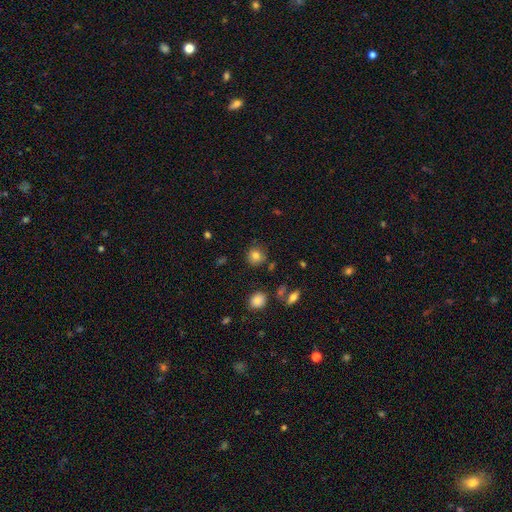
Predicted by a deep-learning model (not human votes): The model was most divided on "smooth or featured": smooth: 80%, star or artifact: 12%, featured or disk: 8%. More confident: how rounded — round (90%); merging — none (84%).